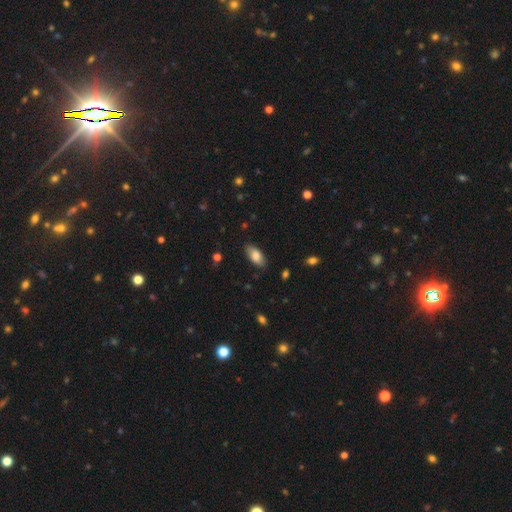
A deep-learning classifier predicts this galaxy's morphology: smooth-or-featured: smooth: 81% | featured or disk: 12% | star or artifact: 7%
  how-rounded: in between: 89% | cigar-shaped: 9% | round: 2%
  merging: none: 85% | minor disturbance: 11% | major disturbance: 2% | merger: 1%